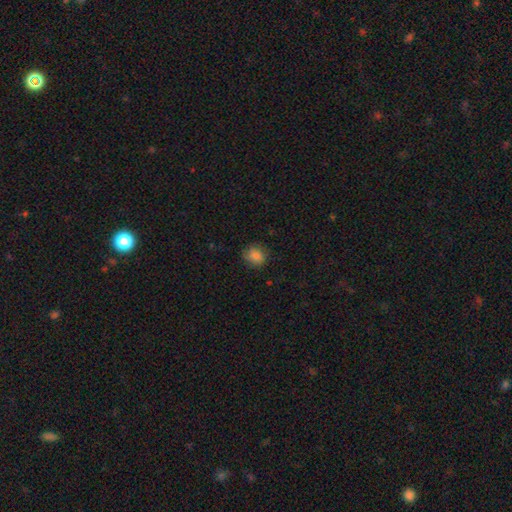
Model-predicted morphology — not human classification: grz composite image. It shows a smooth galaxy with no disk features (83%) that is round (74%). Merging: none (81%).